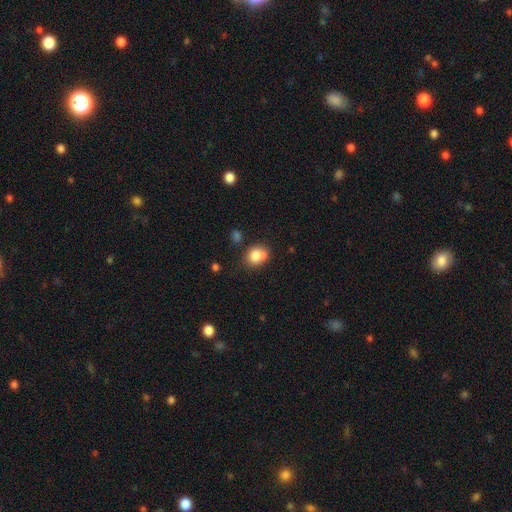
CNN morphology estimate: Smooth or featured? smooth (77%)
How rounded? round (62%)
Merging? none (45%)